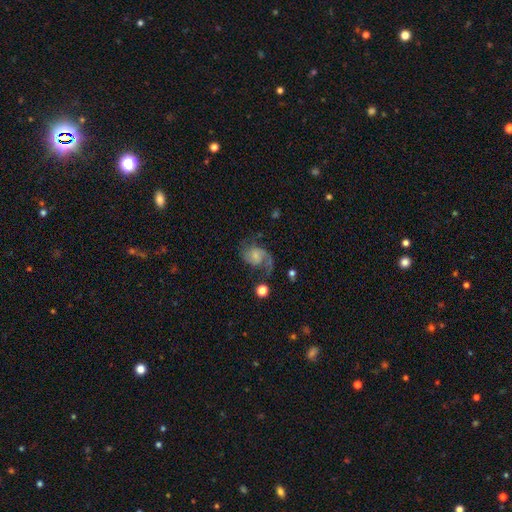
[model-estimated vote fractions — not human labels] This appears to be a featured or disk galaxy (74%) with no bar (67%), 2 (71%) loose (46%) spiral arms (93%) and a small central bulge (53%). Merging: none (47%).